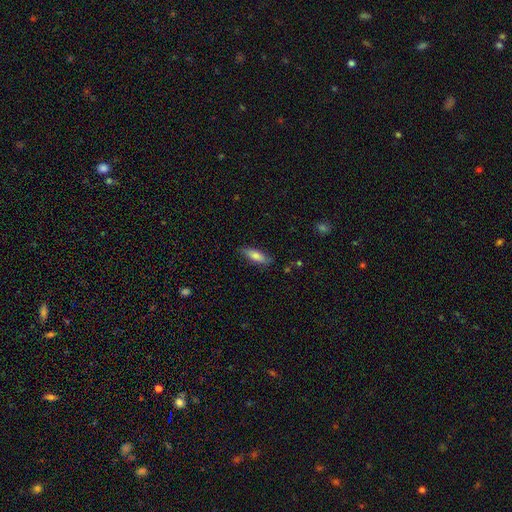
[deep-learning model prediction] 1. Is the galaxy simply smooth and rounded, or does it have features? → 77% smooth, 17% featured or disk, 6% star or artifact.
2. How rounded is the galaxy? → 51% in between, 47% cigar-shaped, 2% round.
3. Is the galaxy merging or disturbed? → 83% none, 14% minor disturbance, 3% major disturbance, 1% merger.